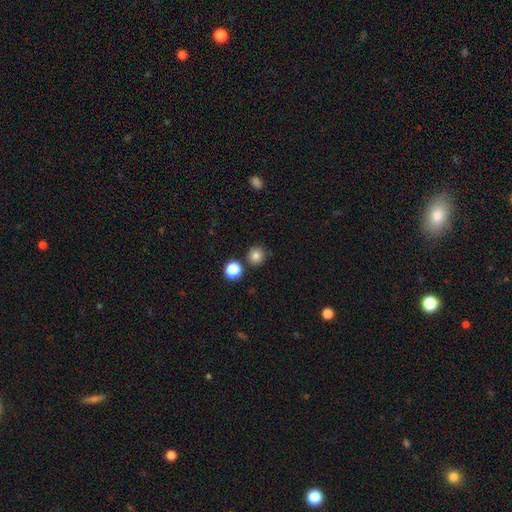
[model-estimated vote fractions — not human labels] smooth_or_featured: smooth (p=0.81) [alt: star or artifact p=0.14]
how_rounded: round (p=0.92) [alt: in between p=0.07]
merging: none (p=0.82) [alt: minor disturbance p=0.09]